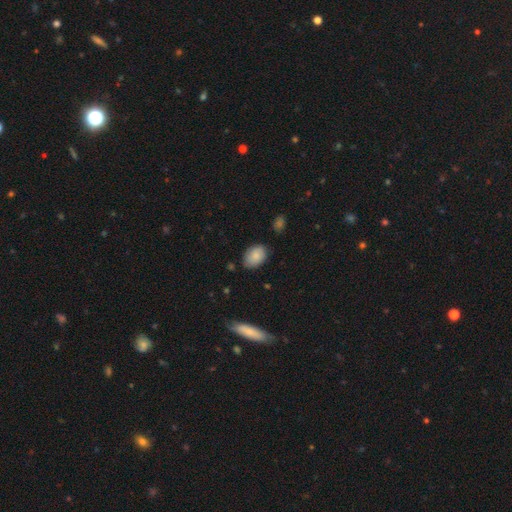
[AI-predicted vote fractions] smooth-or-featured: smooth: 85% | featured or disk: 8% | star or artifact: 7%
  how-rounded: in between: 82% | round: 17% | cigar-shaped: 1%
  merging: none: 76% | minor disturbance: 19% | major disturbance: 3% | merger: 2%